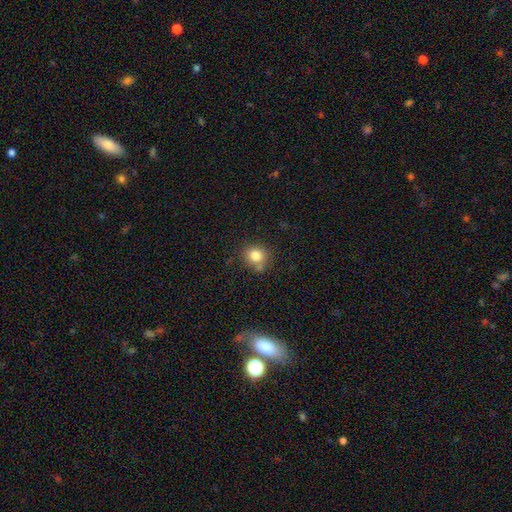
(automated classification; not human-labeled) Q: Smooth or featured?
A: smooth (80%); runner-up: star or artifact (12%)
Q: How rounded?
A: round (85%); runner-up: in between (14%)
Q: Merging?
A: none (73%); runner-up: minor disturbance (14%)